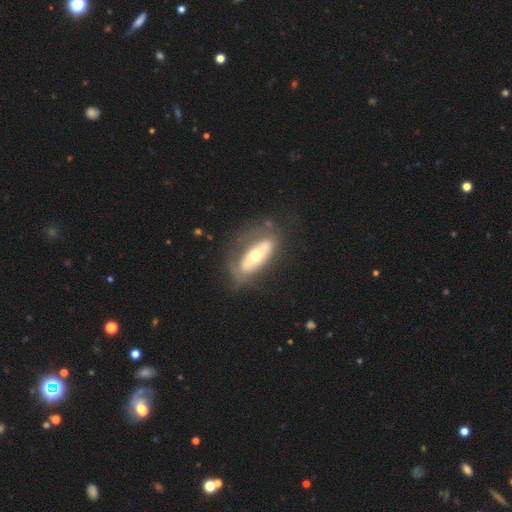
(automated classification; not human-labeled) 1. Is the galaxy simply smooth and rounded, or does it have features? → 59% featured or disk, 35% smooth, 6% star or artifact.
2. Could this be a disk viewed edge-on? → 80% no, 20% yes.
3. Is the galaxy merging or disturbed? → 61% none, 21% minor disturbance, 14% major disturbance, 3% merger.